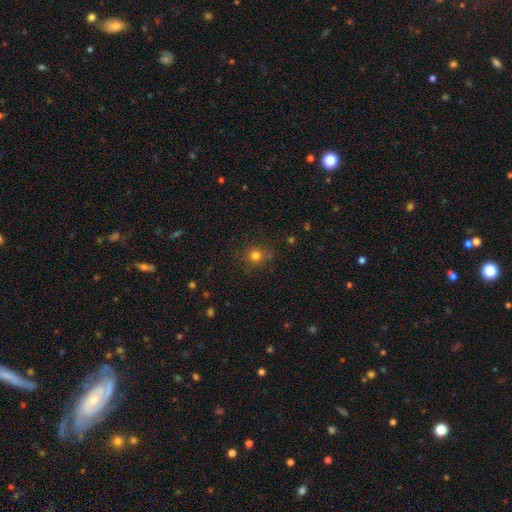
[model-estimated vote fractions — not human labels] Overall: smooth (79%). How rounded: round (89%). Merging: none (85%).